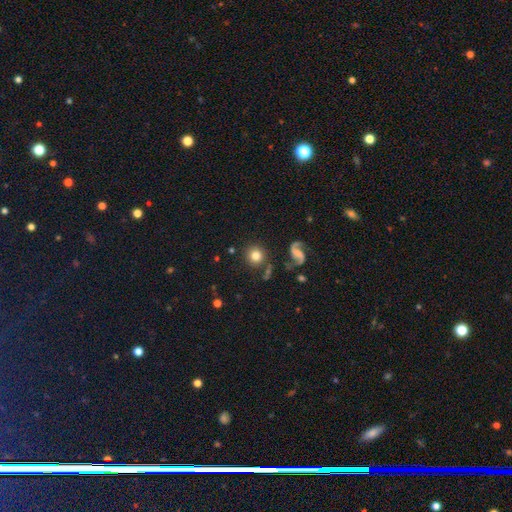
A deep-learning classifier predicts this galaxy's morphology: The model was most divided on "smooth or featured": smooth: 73%, featured or disk: 17%, star or artifact: 10%. More confident: how rounded — round (94%); merging — none (84%).